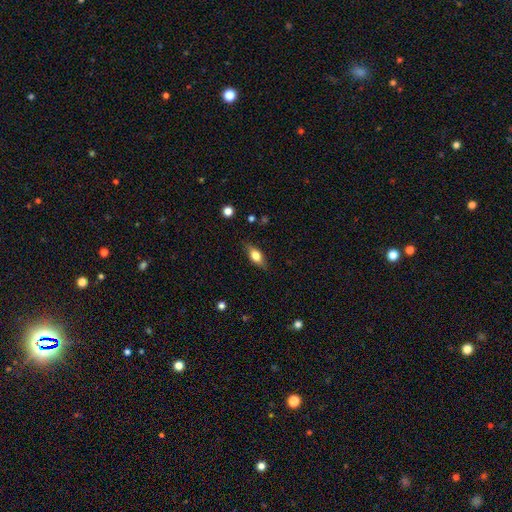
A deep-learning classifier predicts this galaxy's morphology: This appears to be a smooth galaxy with no disk features (64%) that is in between round and cigar-shaped (76%). Merging: none (82%).